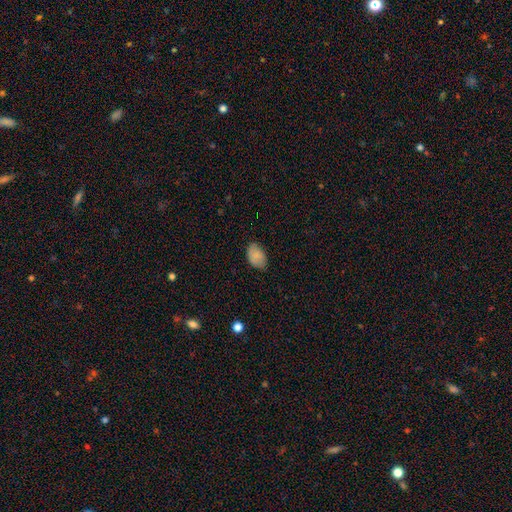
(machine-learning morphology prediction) A smooth galaxy with no disk features (83%) that is in between round and cigar-shaped (88%).

Vote fractions:
- Smooth or featured? smooth: 83% / featured or disk: 10% / star or artifact: 8%
- How rounded? in between: 88% / round: 11% / cigar-shaped: 1%
- Merging? none: 73% / minor disturbance: 22% / major disturbance: 4% / merger: 1%